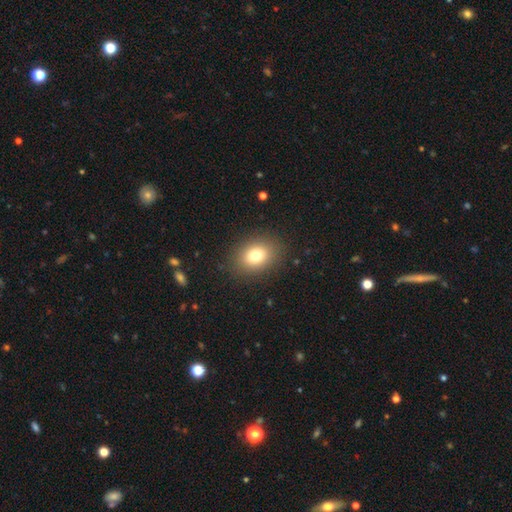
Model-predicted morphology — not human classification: Q: Smooth or featured?
A: smooth (77%); runner-up: star or artifact (12%)
Q: How rounded?
A: in between (58%); runner-up: round (41%)
Q: Merging?
A: none (87%); runner-up: minor disturbance (8%)